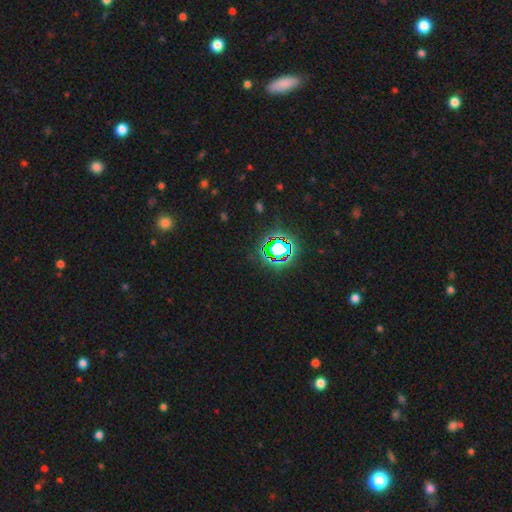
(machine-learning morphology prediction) This appears to be a star or artifact, not a galaxy (77%).